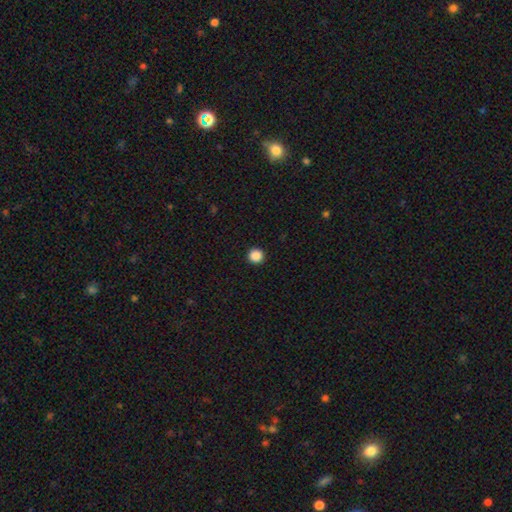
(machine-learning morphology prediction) Smooth or featured? Predicted: smooth (p=0.88). How rounded? Predicted: round (p=0.96). Merging? Predicted: none (p=0.94).